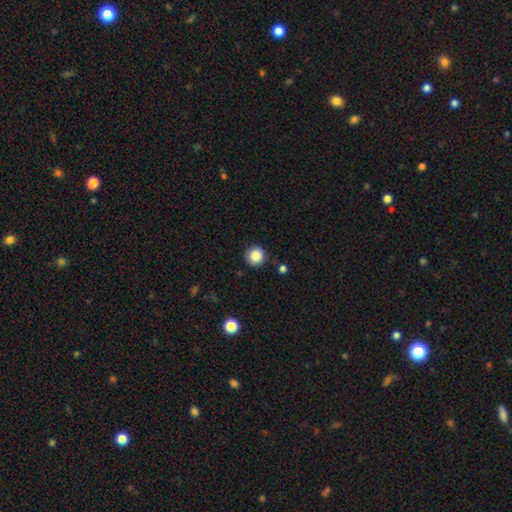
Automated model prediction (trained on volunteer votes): A smooth galaxy with no disk features (86%) that is round (95%).

Vote fractions:
- Smooth or featured? smooth: 86% / star or artifact: 10% / featured or disk: 4%
- How rounded? round: 95% / in between: 4% / cigar-shaped: 1%
- Merging? none: 90% / minor disturbance: 7% / major disturbance: 2% / merger: 2%